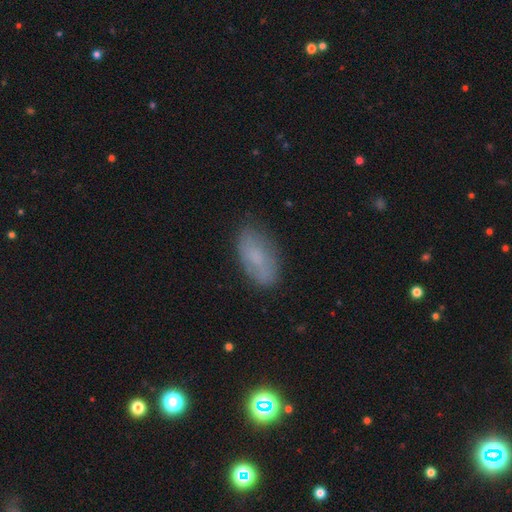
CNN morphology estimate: This is likely a smooth galaxy (71%). How rounded: clearly in between (92%). Merging: likely none (76%).